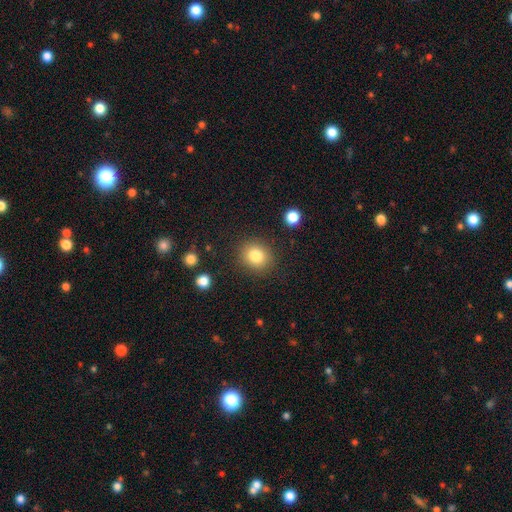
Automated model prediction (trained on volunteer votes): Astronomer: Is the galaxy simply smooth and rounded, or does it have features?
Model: smooth — 82%.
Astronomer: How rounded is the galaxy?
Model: round — 77%.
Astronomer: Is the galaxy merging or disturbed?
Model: none — 87%.